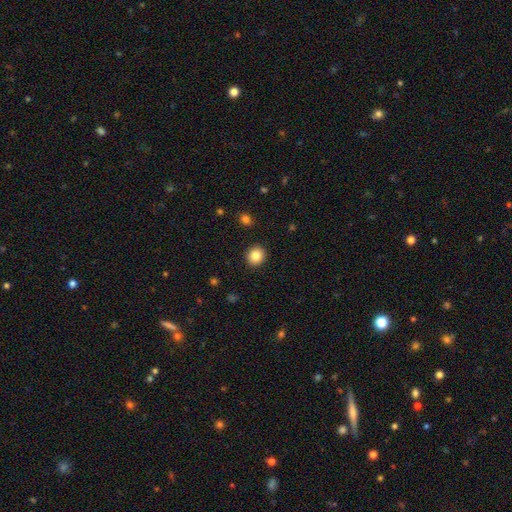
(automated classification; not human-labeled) Q: Smooth or featured?
A: smooth (84%); runner-up: star or artifact (9%)
Q: How rounded?
A: round (82%); runner-up: in between (17%)
Q: Merging?
A: none (92%); runner-up: minor disturbance (5%)